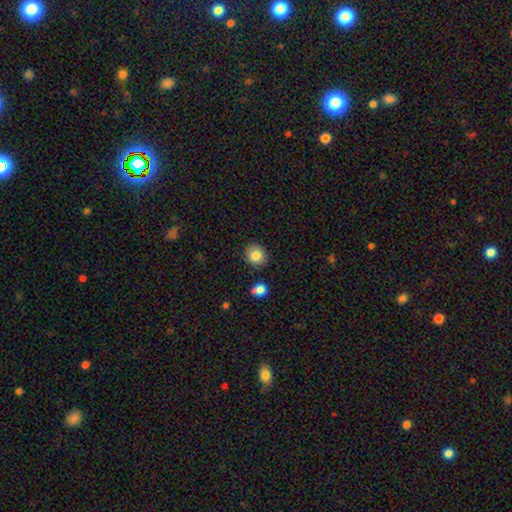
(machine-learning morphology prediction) This appears to be a smooth galaxy with no disk features (83%) that is round (77%). Merging: none (87%).